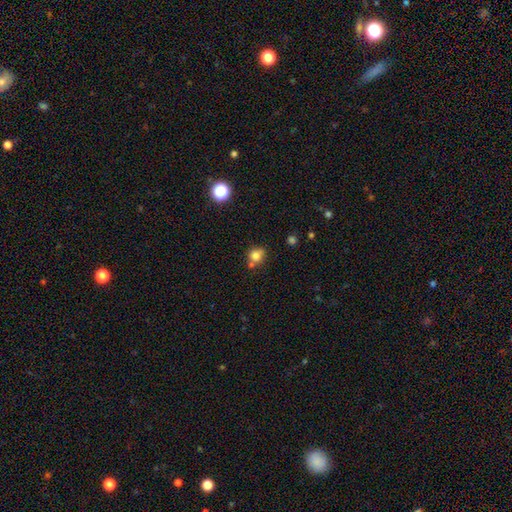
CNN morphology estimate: This is likely a smooth galaxy (78%). How rounded: clearly round (80%). Merging: possibly none (58%).